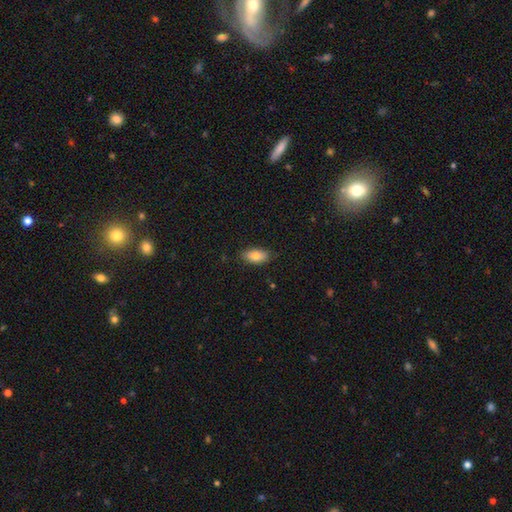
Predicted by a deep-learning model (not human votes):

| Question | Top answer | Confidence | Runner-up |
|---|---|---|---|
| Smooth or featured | smooth | 80% | featured or disk (12%) |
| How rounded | in between | 91% | cigar-shaped (5%) |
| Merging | none | 84% | minor disturbance (13%) |